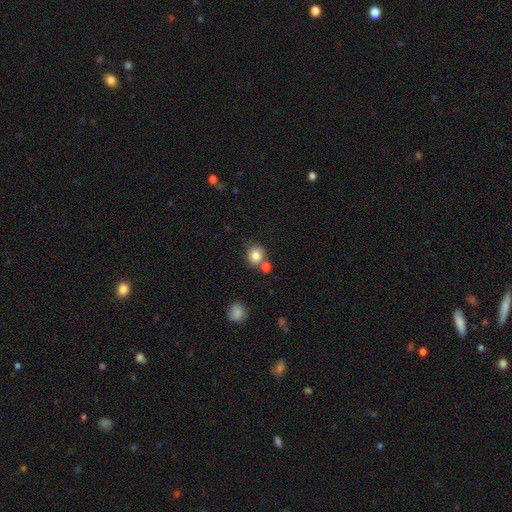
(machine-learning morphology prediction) Smooth or featured?
  - smooth: 82% *
  - star or artifact: 10%
  - featured or disk: 7%
How rounded?
  - round: 83% *
  - in between: 16%
  - cigar-shaped: 1%
Merging?
  - none: 67% *
  - merger: 19%
  - minor disturbance: 11%
  - major disturbance: 3%